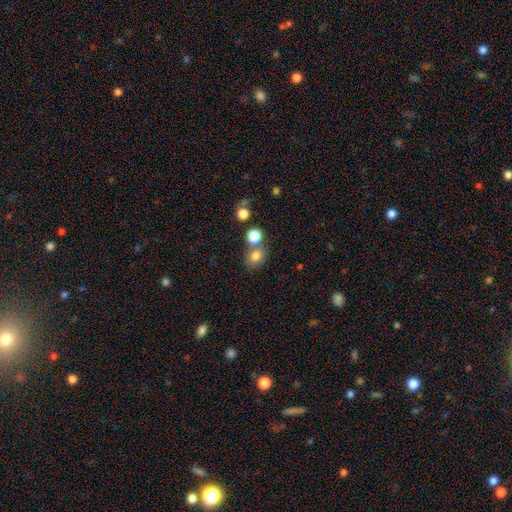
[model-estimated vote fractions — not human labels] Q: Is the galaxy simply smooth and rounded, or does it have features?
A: smooth — 79%.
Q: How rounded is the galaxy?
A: round — 52%.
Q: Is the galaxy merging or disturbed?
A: none — 57%.